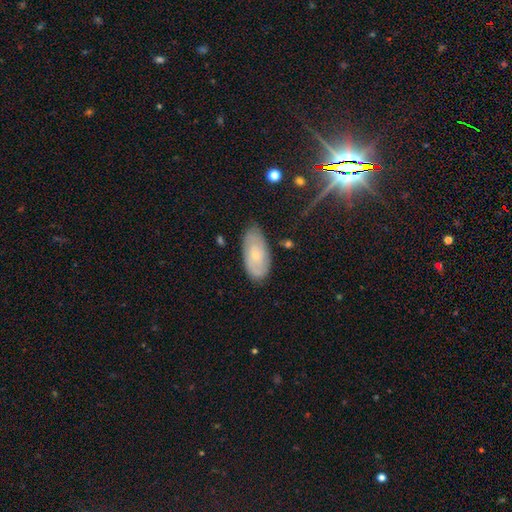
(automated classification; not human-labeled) The model was most divided on "smooth or featured": smooth: 47%, featured or disk: 45%, star or artifact: 8%. More confident: merging — none (75%).